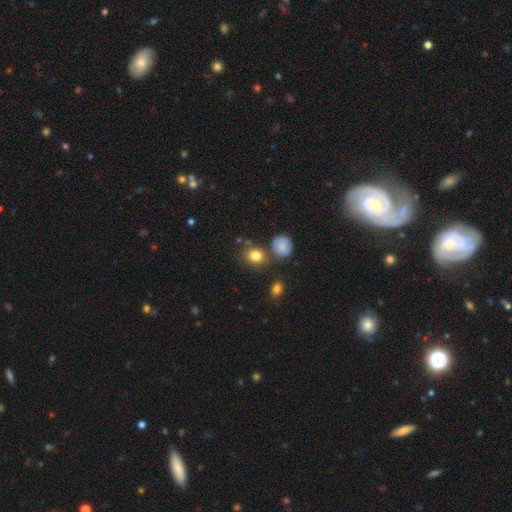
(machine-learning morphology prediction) This is clearly a smooth galaxy (82%). How rounded: likely round (63%). Merging: likely none (69%).